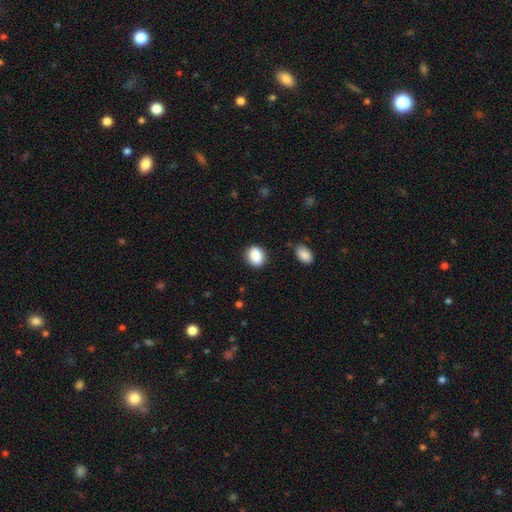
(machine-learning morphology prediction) This is clearly a smooth galaxy (88%). How rounded: possibly round (53%). Merging: clearly none (84%).